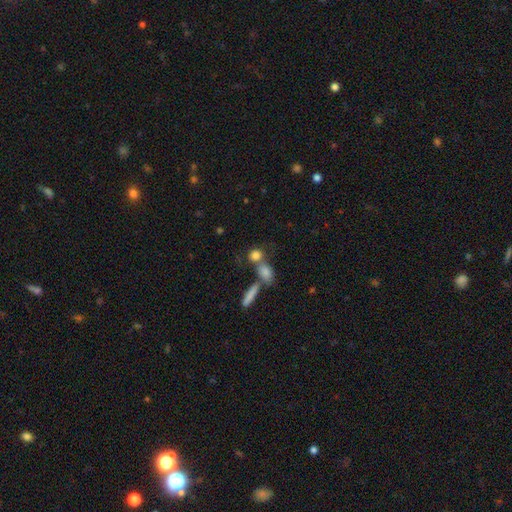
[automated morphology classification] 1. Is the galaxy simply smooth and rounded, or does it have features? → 79% smooth, 11% featured or disk, 10% star or artifact.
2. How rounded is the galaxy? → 59% round, 32% in between, 9% cigar-shaped.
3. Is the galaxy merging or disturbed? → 46% none, 38% merger, 10% minor disturbance, 5% major disturbance.